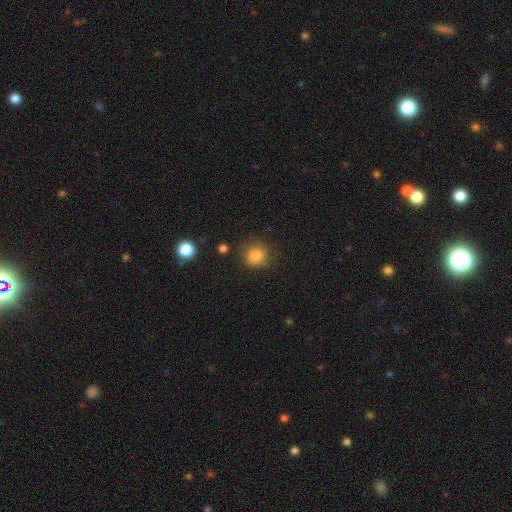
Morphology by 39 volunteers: Smooth or featured?
  - smooth: 95% *
  - star or artifact: 5%
  - featured or disk: 0%
How rounded?
  - round: 81% *
  - in between: 16%
  - cigar-shaped: 3%
Merging?
  - none: 78% *
  - minor disturbance: 14%
  - major disturbance: 5%
  - merger: 3%